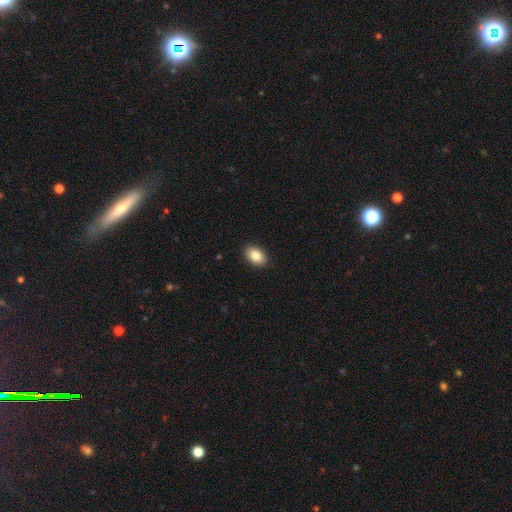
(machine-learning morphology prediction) The model was most divided on "how rounded": in between: 88%, round: 11%, cigar-shaped: 1%. More confident: merging — none (89%); smooth or featured — smooth (86%).